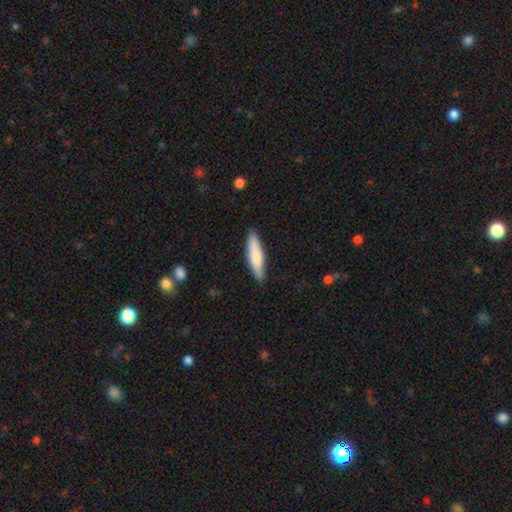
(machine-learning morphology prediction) smooth-or-featured: smooth: 76% | featured or disk: 19% | star or artifact: 5%
  how-rounded: cigar-shaped: 76% | in between: 22% | round: 1%
  merging: none: 87% | minor disturbance: 10% | major disturbance: 2% | merger: 1%